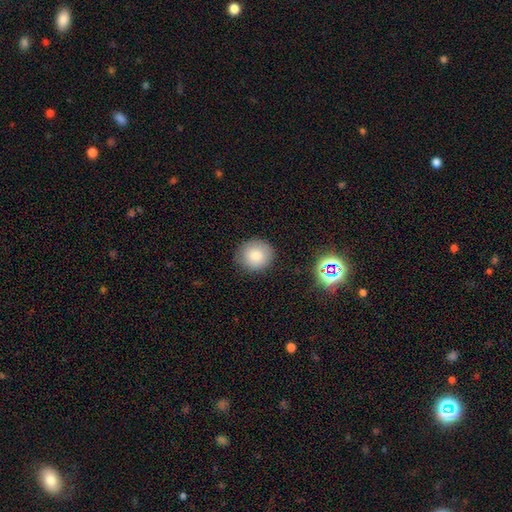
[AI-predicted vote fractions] Morphology: type=smooth (81%); roundness=round (90%); merging=none (86%).